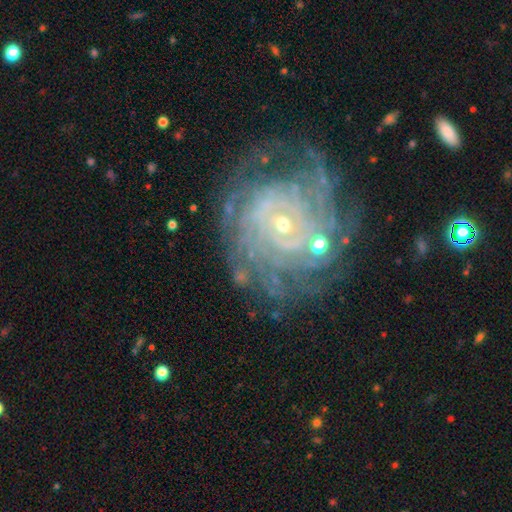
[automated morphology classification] A featured or disk galaxy (88%) with no bar (67%), tight (79%) spiral arms (96%) and a small central bulge (78%). Merging: none (72%).